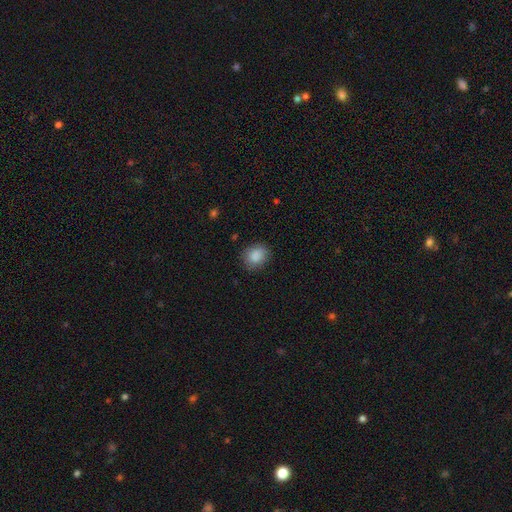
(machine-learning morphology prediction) This is clearly a smooth galaxy (88%). How rounded: possibly round (53%). Merging: clearly none (82%).